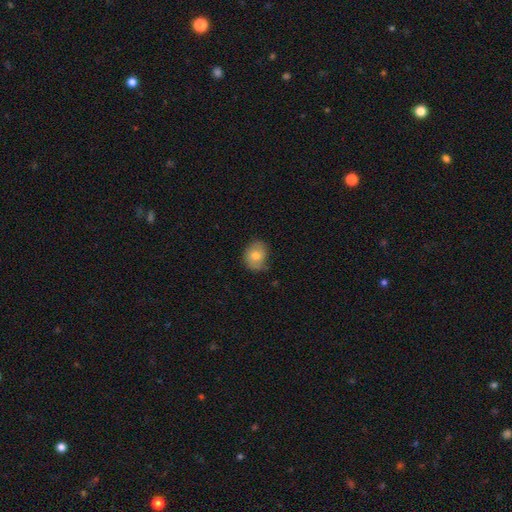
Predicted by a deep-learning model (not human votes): Overall: smooth (69%). How rounded: round (51%; in between 48%). Merging: none (65%; minor disturbance 27%).